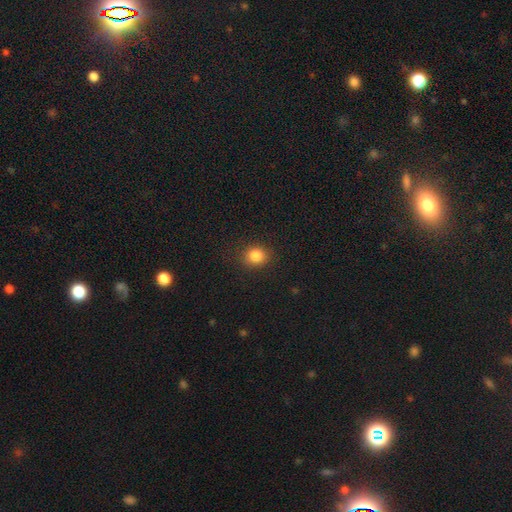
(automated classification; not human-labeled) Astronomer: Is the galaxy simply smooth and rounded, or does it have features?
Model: smooth — 84%.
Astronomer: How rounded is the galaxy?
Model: round — 74%.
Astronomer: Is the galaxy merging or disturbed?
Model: none — 88%.